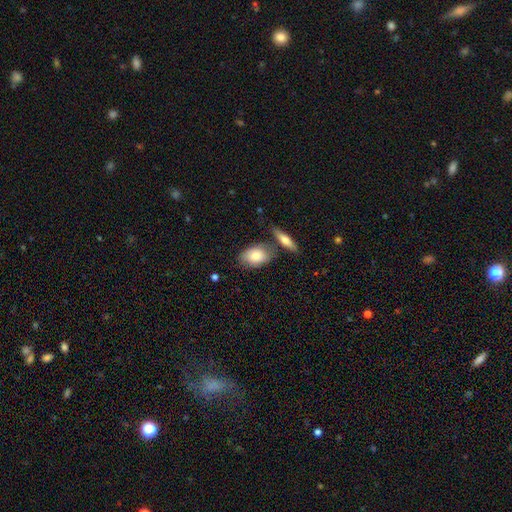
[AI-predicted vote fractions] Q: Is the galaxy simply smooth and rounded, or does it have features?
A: smooth — 76%.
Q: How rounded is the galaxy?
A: in between — 86%.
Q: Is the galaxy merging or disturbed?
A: none — 60%.